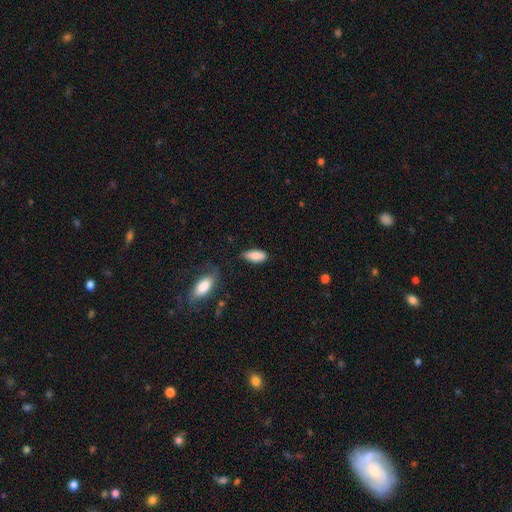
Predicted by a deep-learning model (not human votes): smooth_or_featured: smooth (p=0.87) [alt: star or artifact p=0.07]
how_rounded: in between (p=0.87) [alt: cigar-shaped p=0.11]
merging: none (p=0.72) [alt: minor disturbance p=0.22]